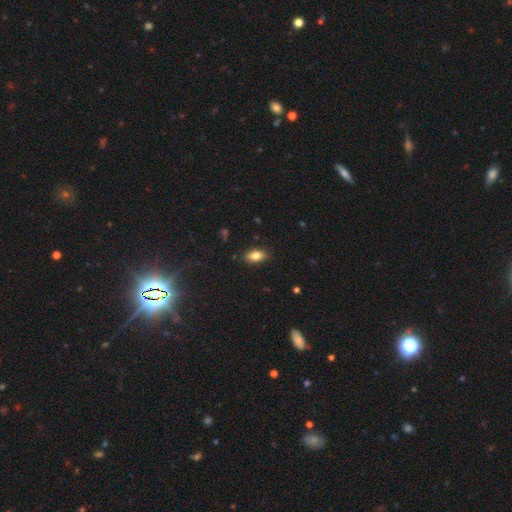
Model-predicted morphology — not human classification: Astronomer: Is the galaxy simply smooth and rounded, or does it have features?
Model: smooth — 81%.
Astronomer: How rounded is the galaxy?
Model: in between — 89%.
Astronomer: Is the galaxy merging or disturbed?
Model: none — 87%.